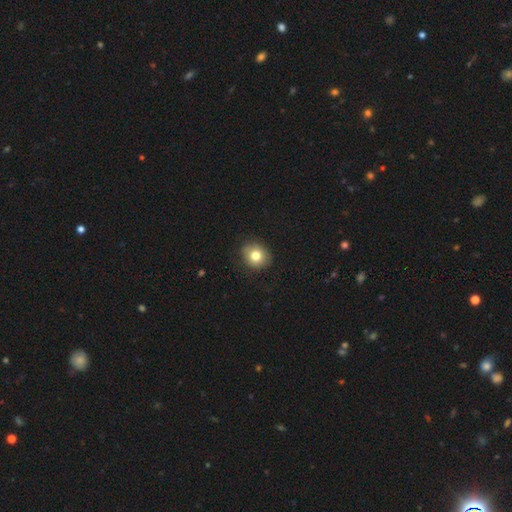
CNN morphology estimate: Smooth or featured? Predicted: smooth (p=0.79). How rounded? Predicted: round (p=0.73). Merging? Predicted: none (p=0.86).